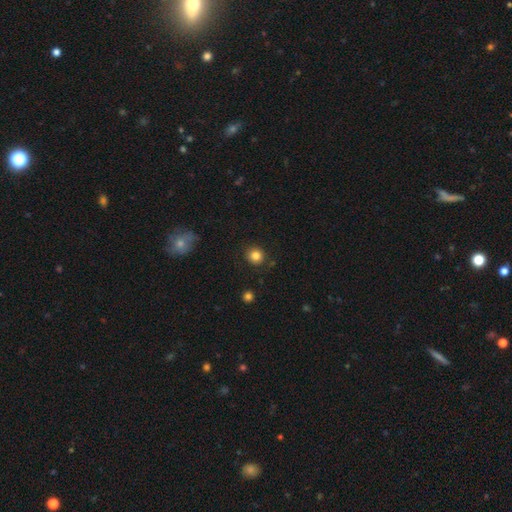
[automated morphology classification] Smooth or featured? smooth (84%)
How rounded? round (90%)
Merging? none (89%)